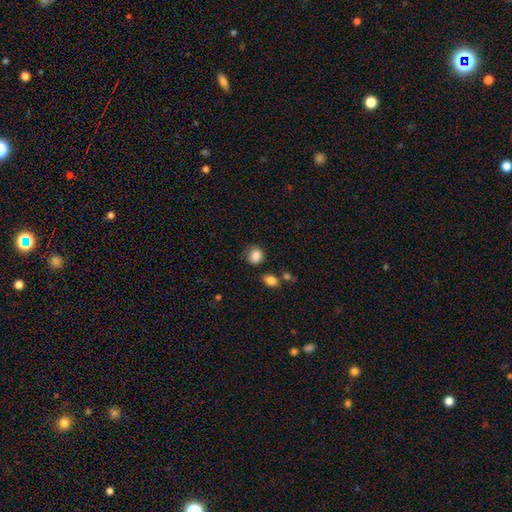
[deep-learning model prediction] A smooth galaxy with no disk features (86%) that is round (69%).

Vote fractions:
- Smooth or featured? smooth: 86% / star or artifact: 9% / featured or disk: 5%
- How rounded? round: 69% / in between: 30% / cigar-shaped: 1%
- Merging? none: 73% / minor disturbance: 18% / major disturbance: 5% / merger: 4%